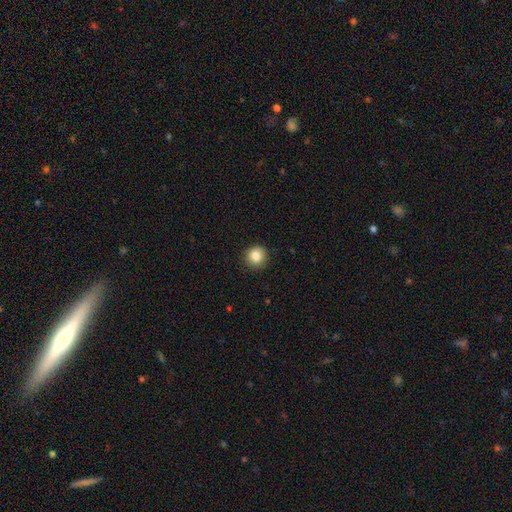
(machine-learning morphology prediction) smooth 86%, star or artifact 9%, featured or disk 5%. Down the decision tree: how rounded — round (92%); merging — none (90%).